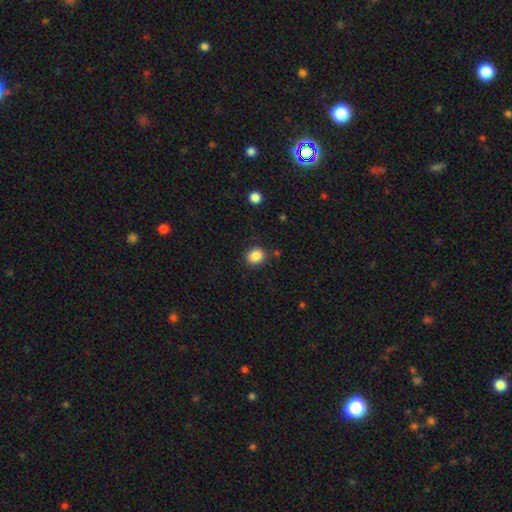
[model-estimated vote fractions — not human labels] Q: Smooth or featured?
A: smooth (87%); runner-up: star or artifact (9%)
Q: How rounded?
A: round (64%); runner-up: in between (35%)
Q: Merging?
A: none (86%); runner-up: minor disturbance (9%)